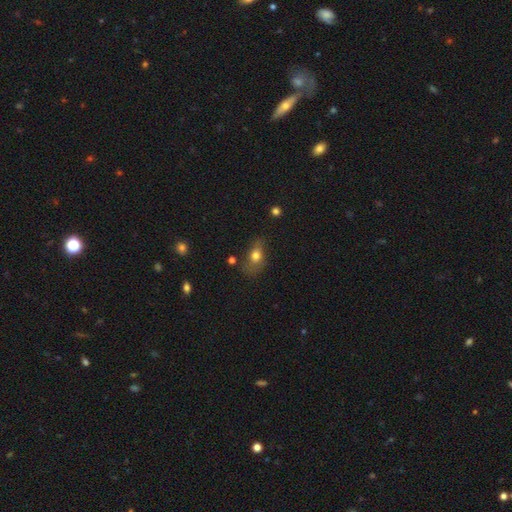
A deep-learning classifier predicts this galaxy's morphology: A smooth galaxy with no disk features (70%) that is in between round and cigar-shaped (72%). Merging: none (53%).